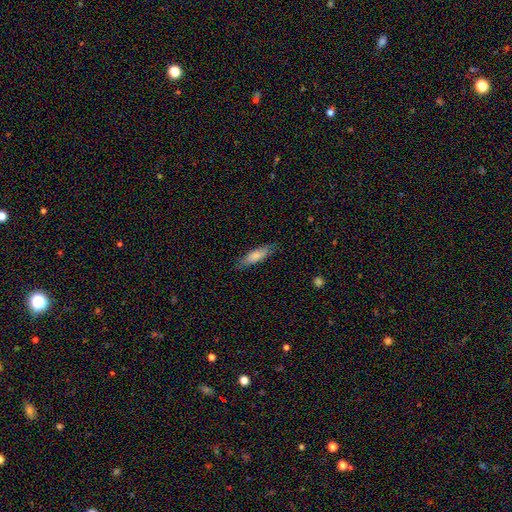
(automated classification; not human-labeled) Smooth or featured? smooth (76%)
How rounded? cigar-shaped (60%)
Merging? none (84%)